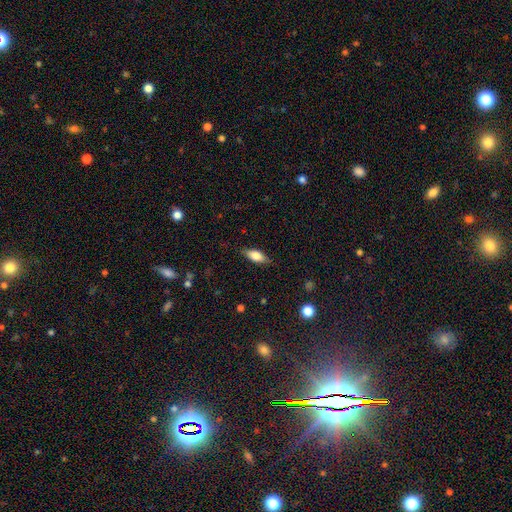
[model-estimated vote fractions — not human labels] This is likely a smooth galaxy (69%). How rounded: likely in between (76%). Merging: clearly none (82%).